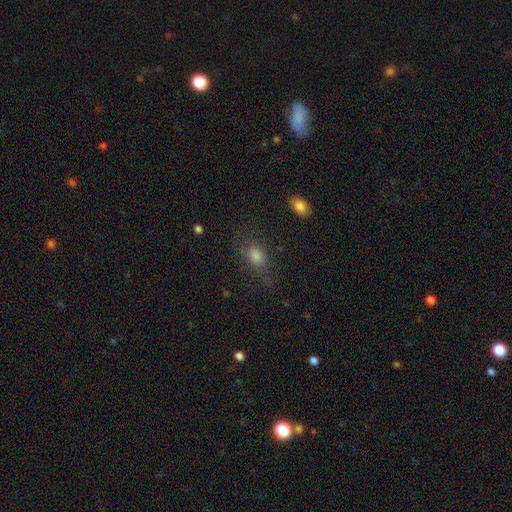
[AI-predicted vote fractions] Q: Smooth or featured?
A: smooth (72%); runner-up: star or artifact (14%)
Q: How rounded?
A: in between (64%); runner-up: round (30%)
Q: Merging?
A: none (66%); runner-up: minor disturbance (20%)